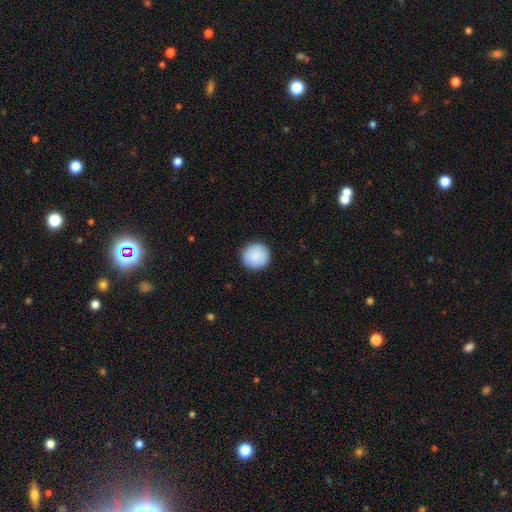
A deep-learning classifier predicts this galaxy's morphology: Smooth or featured? smooth (89%)
How rounded? round (95%)
Merging? none (92%)